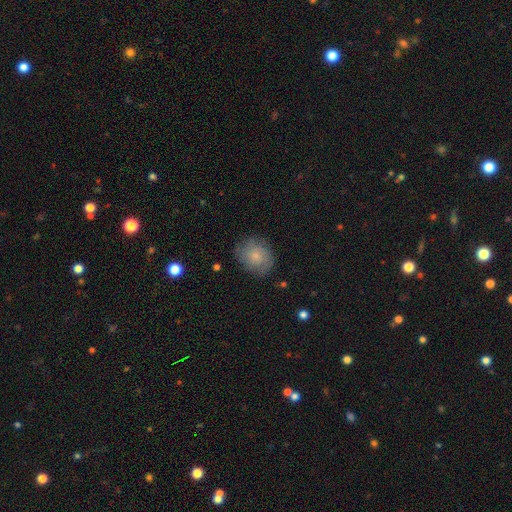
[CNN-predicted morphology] Smooth or featured?
  - smooth: 63% *
  - featured or disk: 29%
  - star or artifact: 8%
How rounded?
  - round: 63% *
  - in between: 36%
  - cigar-shaped: 1%
Merging?
  - none: 74% *
  - minor disturbance: 19%
  - major disturbance: 6%
  - merger: 1%